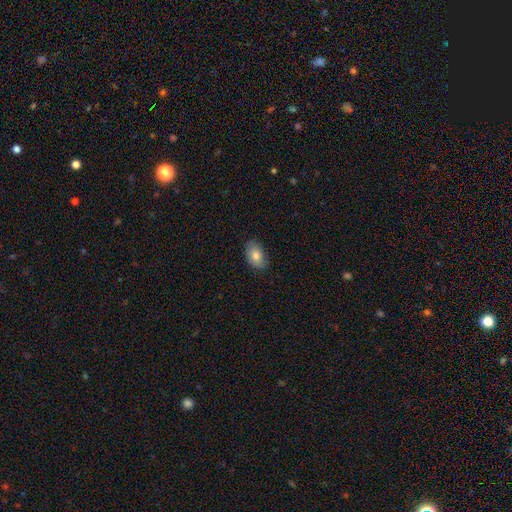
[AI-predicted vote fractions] Smooth or featured: smooth — 78% (featured or disk — 15%)
How rounded: in between — 88% (round — 10%)
Merging: none — 81% (minor disturbance — 15%)